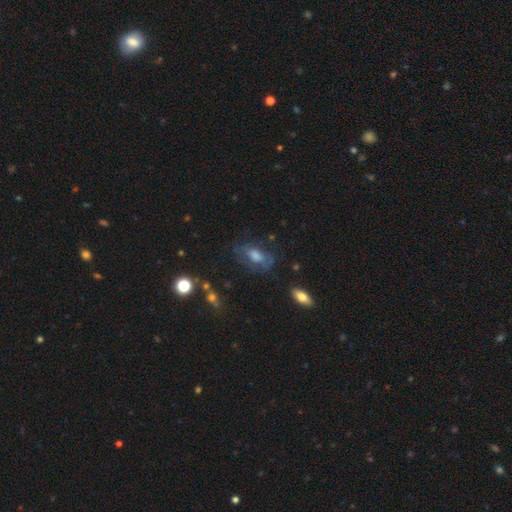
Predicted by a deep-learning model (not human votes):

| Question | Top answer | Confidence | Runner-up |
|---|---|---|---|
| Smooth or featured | smooth | 43% | featured or disk (42%) |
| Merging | none | 61% | minor disturbance (23%) |